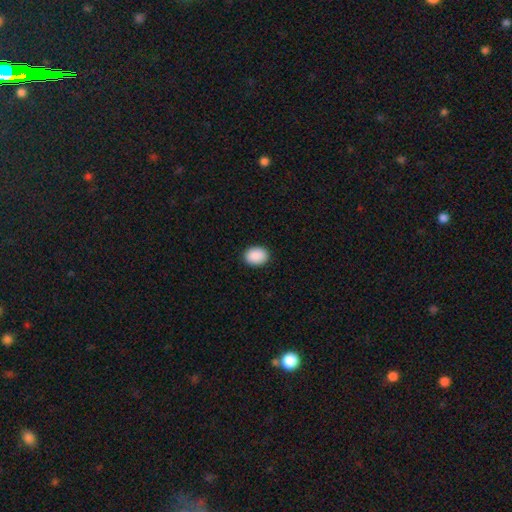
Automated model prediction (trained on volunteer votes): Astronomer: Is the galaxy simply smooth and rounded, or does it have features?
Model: smooth — 91%.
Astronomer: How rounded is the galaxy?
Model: in between — 68%.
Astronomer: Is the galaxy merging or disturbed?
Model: none — 90%.